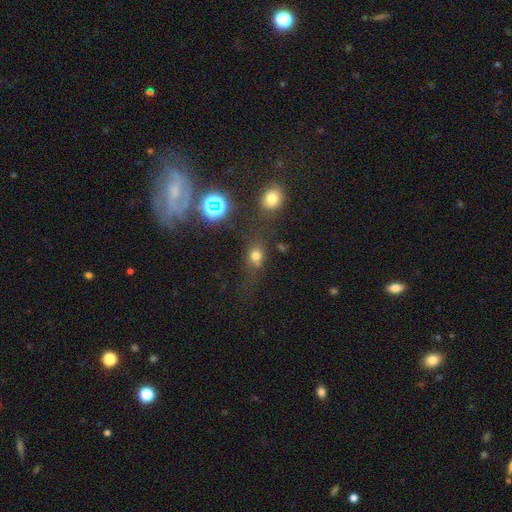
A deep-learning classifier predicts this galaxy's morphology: Smooth or featured?
  - smooth: 65% *
  - star or artifact: 23%
  - featured or disk: 11%
How rounded?
  - round: 56% *
  - in between: 40%
  - cigar-shaped: 3%
Merging?
  - none: 65% *
  - minor disturbance: 16%
  - major disturbance: 10%
  - merger: 9%